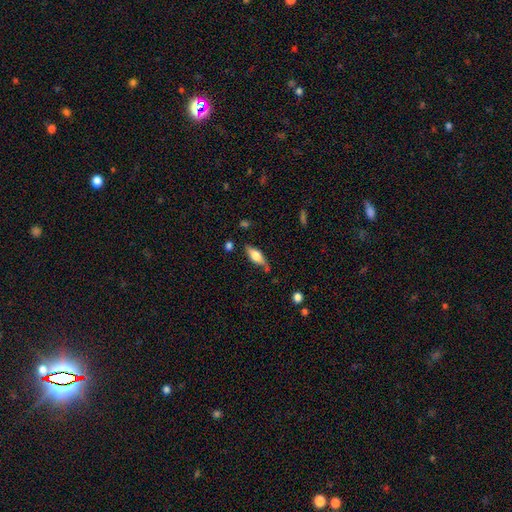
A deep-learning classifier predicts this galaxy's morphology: Q: Smooth or featured?
A: smooth (52%); runner-up: featured or disk (41%)
Q: How rounded?
A: in between (62%); runner-up: cigar-shaped (34%)
Q: Merging?
A: none (70%); runner-up: minor disturbance (21%)